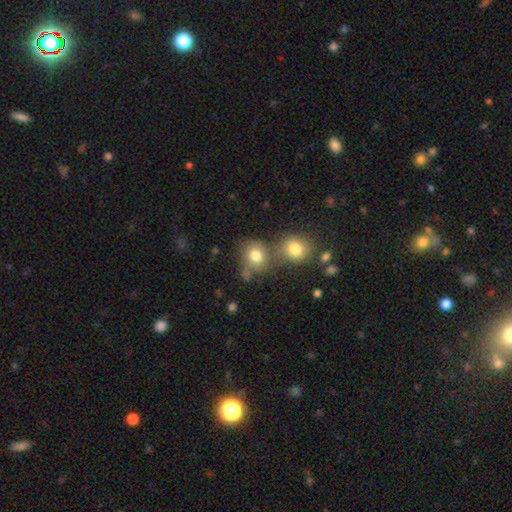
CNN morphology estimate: This appears to be a smooth galaxy with no disk features (76%) that is round (74%). Merging: none (42%).